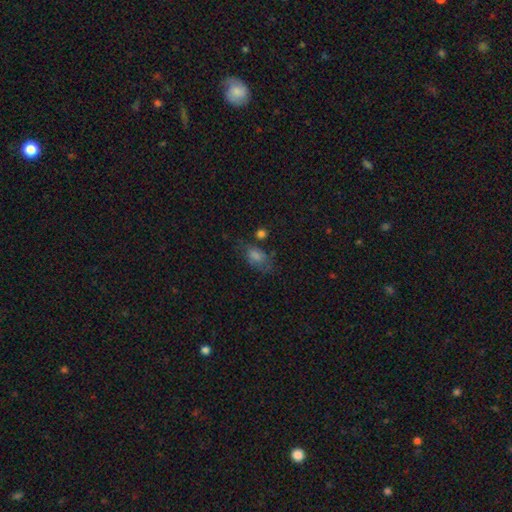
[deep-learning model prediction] A smooth galaxy with no disk features (56%) that is in between round and cigar-shaped (80%). Merging: none (54%).